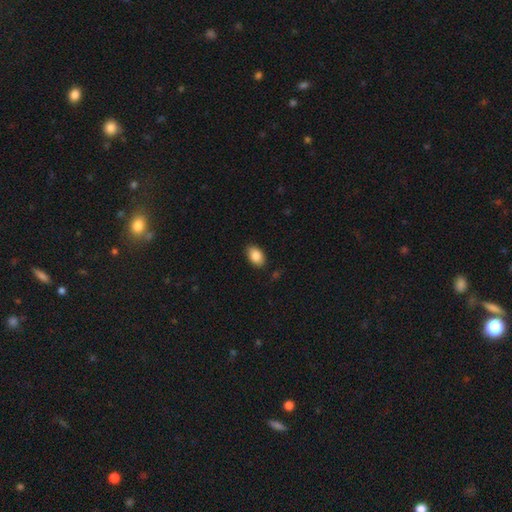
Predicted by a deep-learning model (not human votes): Overall: smooth (88%). How rounded: in between (89%). Merging: none (87%).